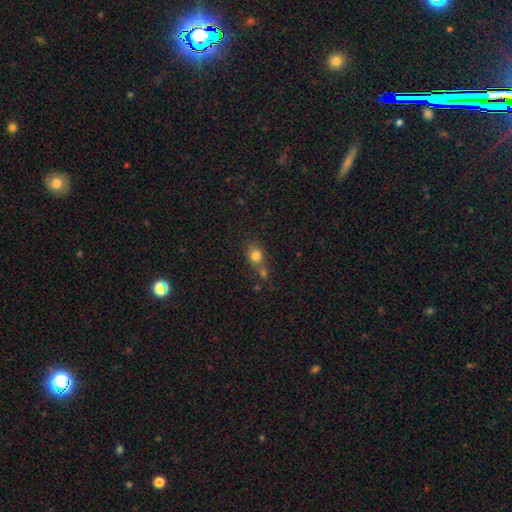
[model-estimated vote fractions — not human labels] A smooth galaxy with no disk features (79%) that is round (65%). Merging: none (47%).